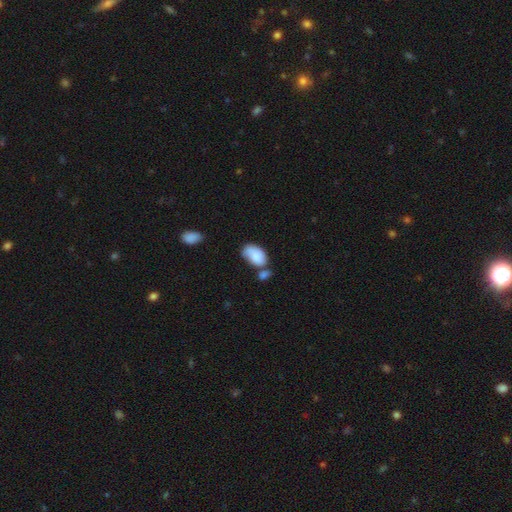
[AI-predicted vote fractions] This is likely a smooth galaxy (78%). How rounded: clearly in between (92%). Merging: marginally none (34%).